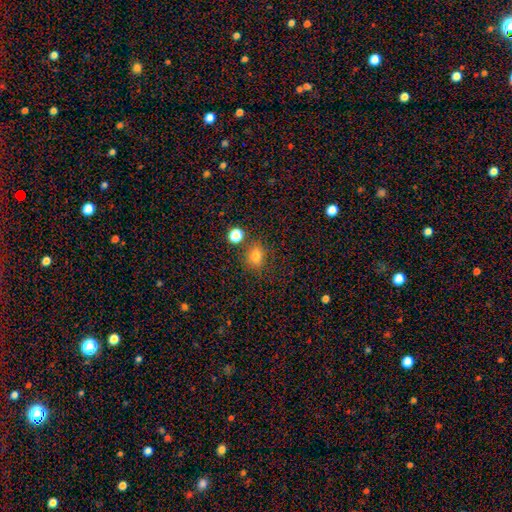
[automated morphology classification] The model was most divided on "how rounded": round: 59%, in between: 40%, cigar-shaped: 1%. More confident: smooth or featured — smooth (78%); merging — none (74%).